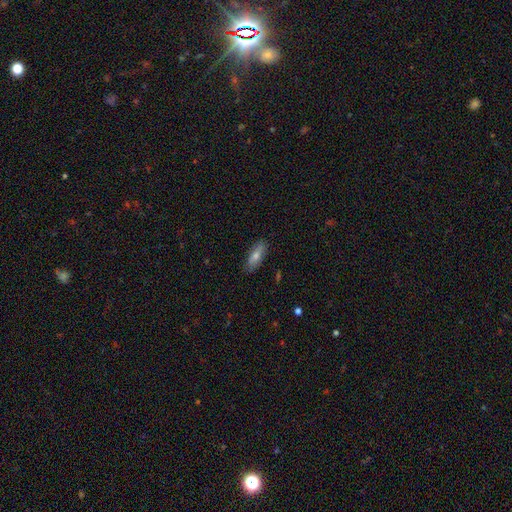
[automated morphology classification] smooth_or_featured: smooth (p=0.63) [alt: featured or disk p=0.28]
how_rounded: in between (p=0.59) [alt: cigar-shaped p=0.38]
merging: none (p=0.86) [alt: minor disturbance p=0.11]